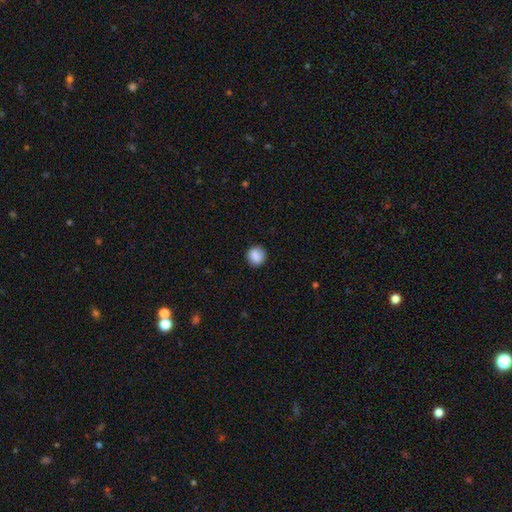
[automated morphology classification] The model was most divided on "how rounded": round: 87%, in between: 12%, cigar-shaped: 1%. More confident: merging — none (88%); smooth or featured — smooth (86%).